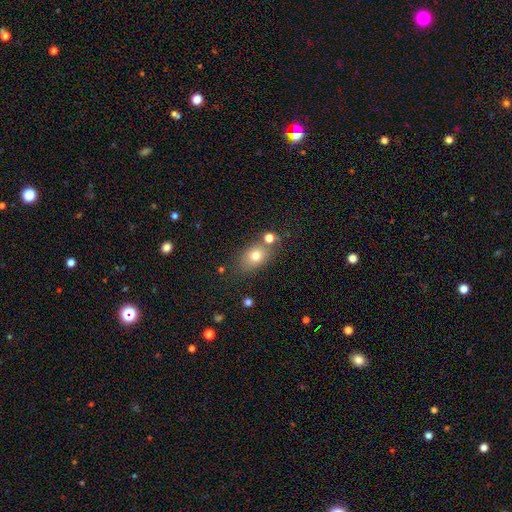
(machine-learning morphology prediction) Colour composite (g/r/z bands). It shows a smooth galaxy with no disk features (74%) that is in between round and cigar-shaped (71%). Merging: none (63%).